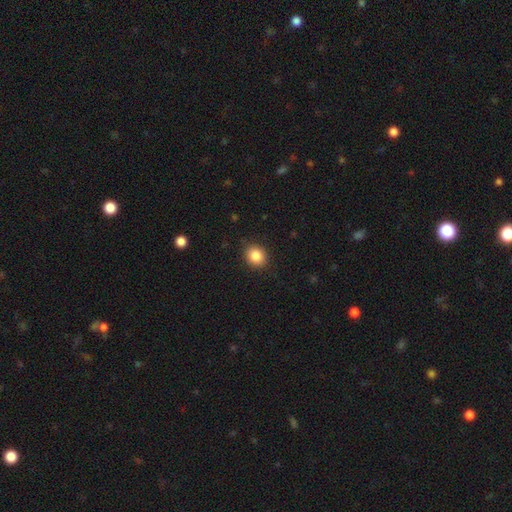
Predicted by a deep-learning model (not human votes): Overall: smooth (86%). How rounded: round (69%; in between 30%). Merging: none (89%).